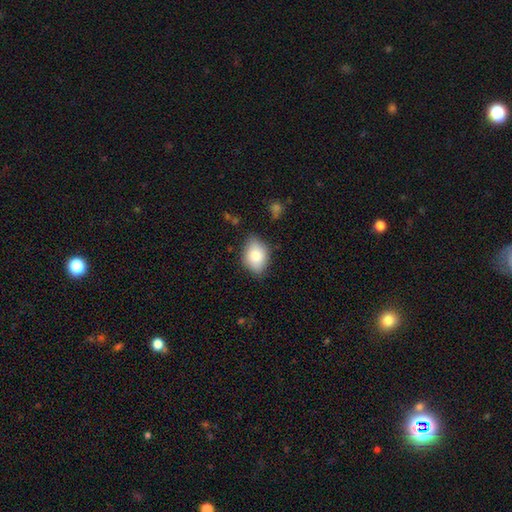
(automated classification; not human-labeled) This is likely a smooth galaxy (78%). How rounded: likely in between (72%). Merging: likely none (74%).